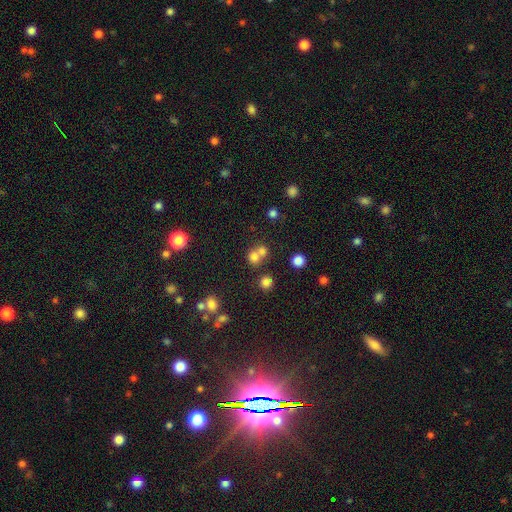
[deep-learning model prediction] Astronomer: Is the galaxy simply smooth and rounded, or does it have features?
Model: smooth — 70%.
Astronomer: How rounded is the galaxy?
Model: round — 82%.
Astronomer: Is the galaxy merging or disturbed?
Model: merger — 49% (runner-up: none, 43%).